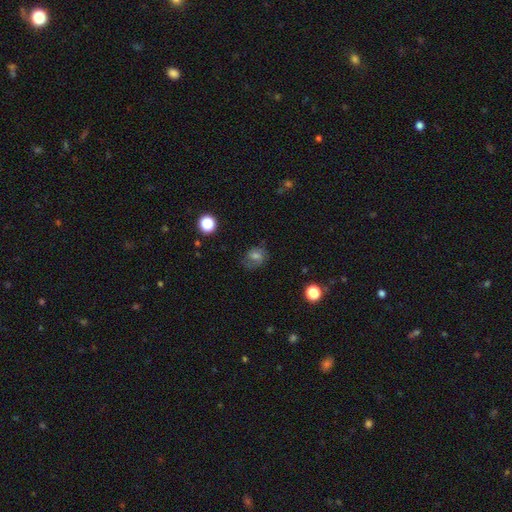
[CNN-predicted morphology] The model was most divided on "smooth or featured": smooth: 49%, featured or disk: 33%, star or artifact: 18%. More confident: merging — none (69%).